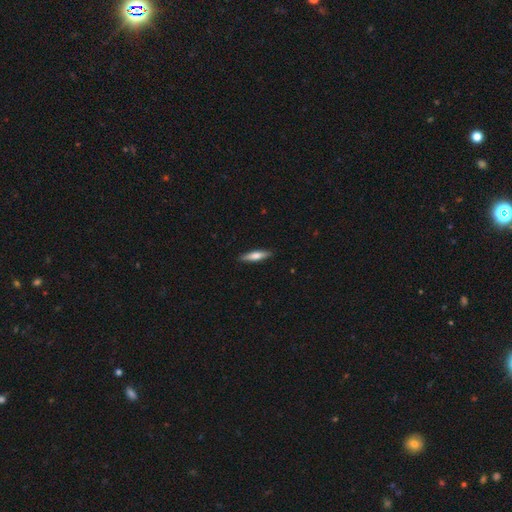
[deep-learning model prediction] smooth-or-featured: smooth: 63% | featured or disk: 32% | star or artifact: 6%
  how-rounded: cigar-shaped: 76% | in between: 22% | round: 2%
  merging: none: 90% | minor disturbance: 8% | major disturbance: 2% | merger: 1%